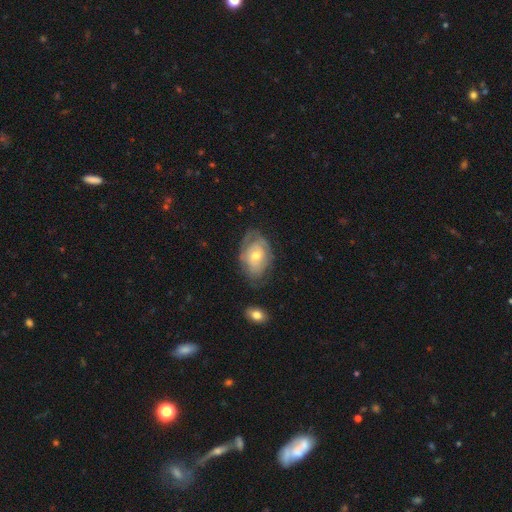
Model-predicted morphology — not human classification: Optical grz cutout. It shows a featured or disk galaxy (56%) with no bar (78%), spiral arms (58%) and a moderate central bulge (58%). Merging: none (61%).